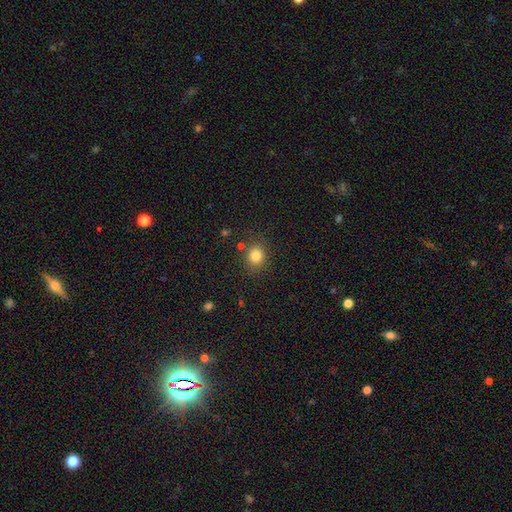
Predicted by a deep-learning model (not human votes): Overall: smooth (83%). How rounded: round (77%). Merging: none (82%).